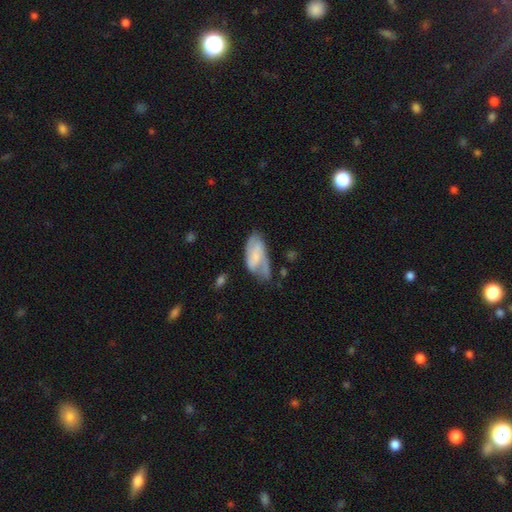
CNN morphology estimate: Smooth or featured? Predicted: featured or disk (p=0.52). Edge-on disk? Predicted: no (p=0.94). Merging? Predicted: none (p=0.43).